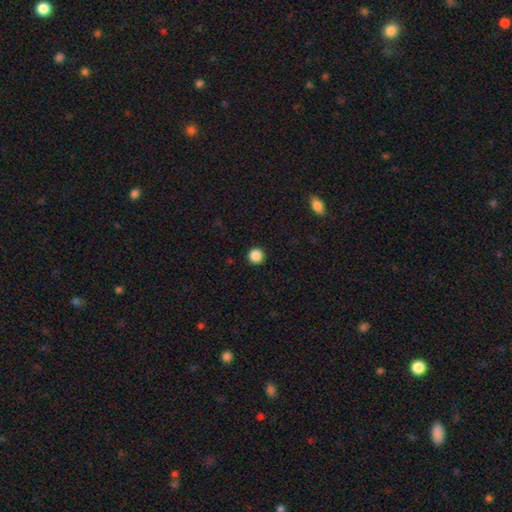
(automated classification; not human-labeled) The model was most divided on "smooth or featured": smooth: 87%, star or artifact: 10%, featured or disk: 3%. More confident: how rounded — round (96%); merging — none (93%).